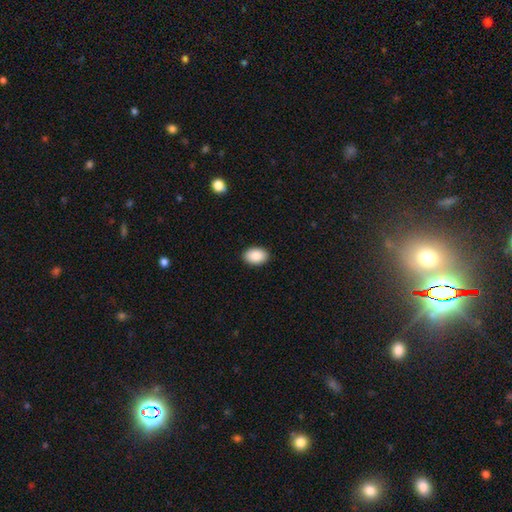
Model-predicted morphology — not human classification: The model was most divided on "how rounded": in between: 86%, round: 13%, cigar-shaped: 1%. More confident: merging — none (90%); smooth or featured — smooth (90%).